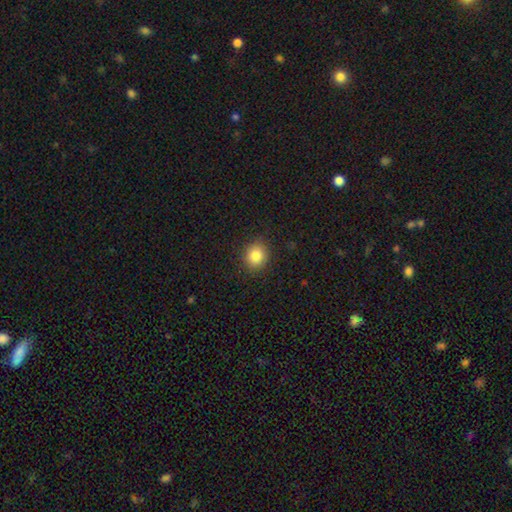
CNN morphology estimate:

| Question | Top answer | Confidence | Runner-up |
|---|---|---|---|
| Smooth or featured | smooth | 84% | star or artifact (10%) |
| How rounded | round | 80% | in between (19%) |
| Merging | none | 88% | minor disturbance (8%) |